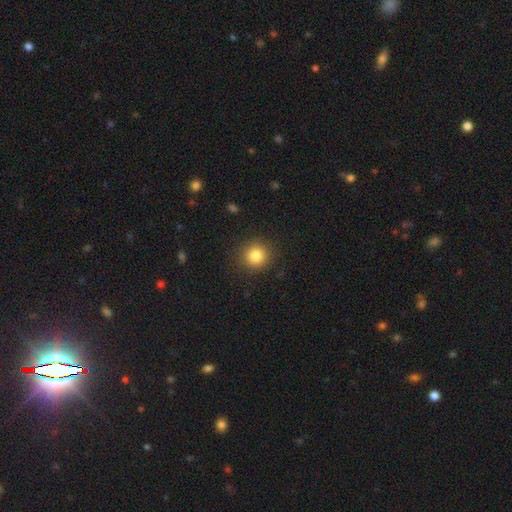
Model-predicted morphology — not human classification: Smooth or featured? smooth (83%)
How rounded? round (92%)
Merging? none (89%)